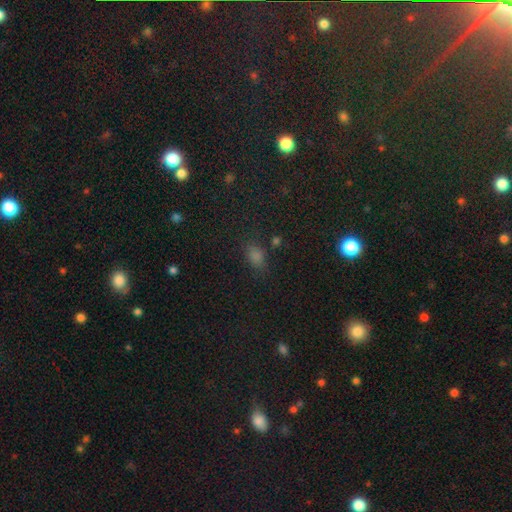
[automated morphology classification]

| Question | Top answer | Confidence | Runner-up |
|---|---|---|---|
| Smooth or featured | smooth | 70% | star or artifact (24%) |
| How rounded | in between | 74% | round (24%) |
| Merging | none | 78% | minor disturbance (14%) |